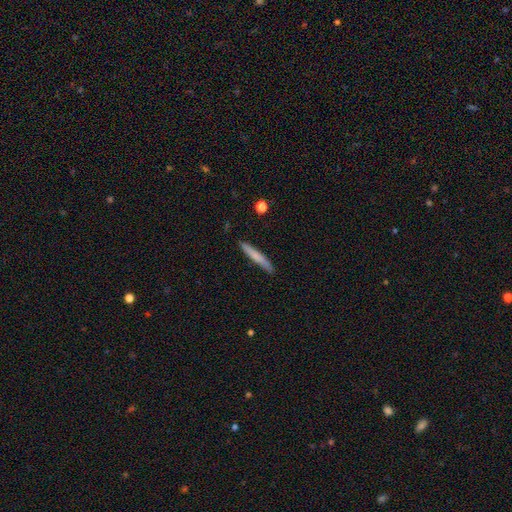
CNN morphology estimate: Smooth or featured? smooth (69%)
How rounded? cigar-shaped (95%)
Merging? none (88%)